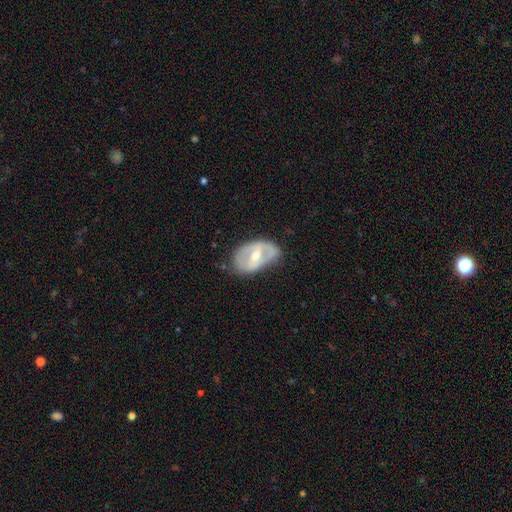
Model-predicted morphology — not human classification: A featured or disk galaxy (64%) with a strong bar (41%), no spiral arms (63%) and a moderate central bulge (64%). Merging: none (63%).